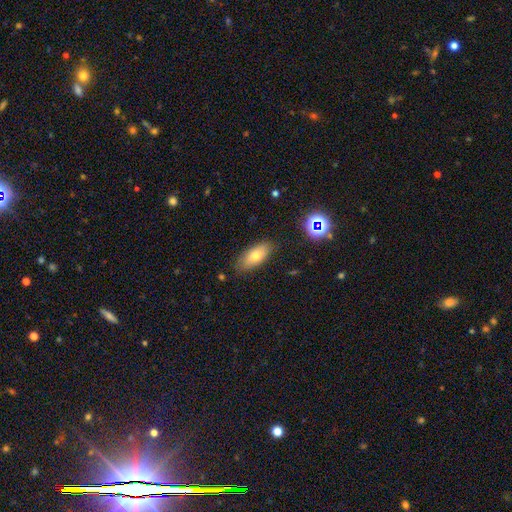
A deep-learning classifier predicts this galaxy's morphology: smooth-or-featured: smooth: 72% | featured or disk: 18% | star or artifact: 9%
  how-rounded: in between: 84% | cigar-shaped: 12% | round: 4%
  merging: none: 82% | minor disturbance: 13% | major disturbance: 3% | merger: 2%